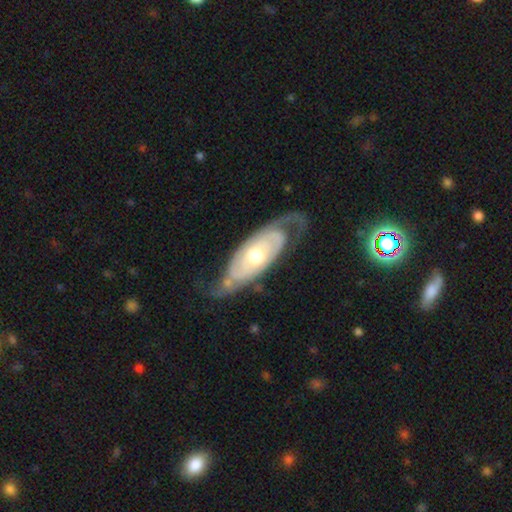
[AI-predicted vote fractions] Smooth or featured? featured or disk (82%)
Edge-on disk? no (88%)
Bar? no (72%)
Spiral arms? yes (87%)
Spiral winding? tight (49%)
Spiral arm count? 2 (71%)
Bulge size? moderate (71%)
Merging? none (63%)